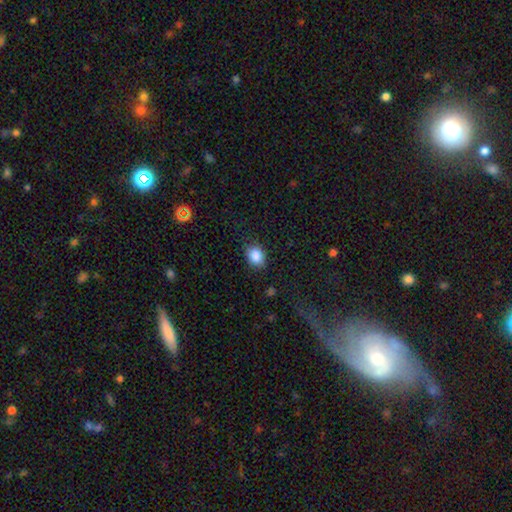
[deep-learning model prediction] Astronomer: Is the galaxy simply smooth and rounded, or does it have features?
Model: smooth — 87%.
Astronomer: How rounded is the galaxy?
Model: in between — 56% (runner-up: round, 43%).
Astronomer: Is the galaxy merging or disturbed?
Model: none — 79%.